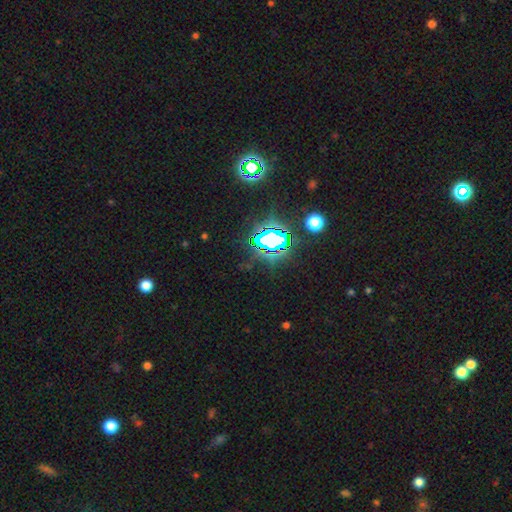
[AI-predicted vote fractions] This appears to be a star or artifact, not a galaxy (81%).